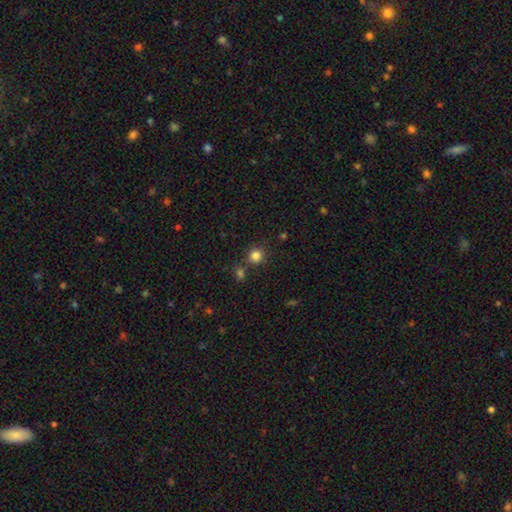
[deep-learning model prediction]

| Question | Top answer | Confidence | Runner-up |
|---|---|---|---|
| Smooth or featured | smooth | 83% | star or artifact (13%) |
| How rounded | round | 92% | in between (7%) |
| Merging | none | 78% | merger (11%) |